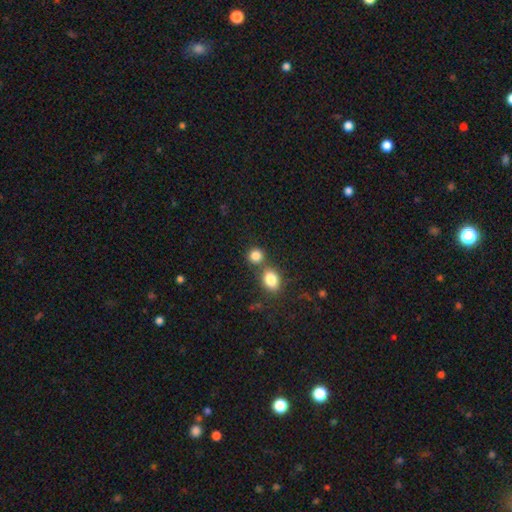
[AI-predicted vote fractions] smooth 83%, star or artifact 11%, featured or disk 6%. Down the decision tree: how rounded — round (77%); merging — none (57%).